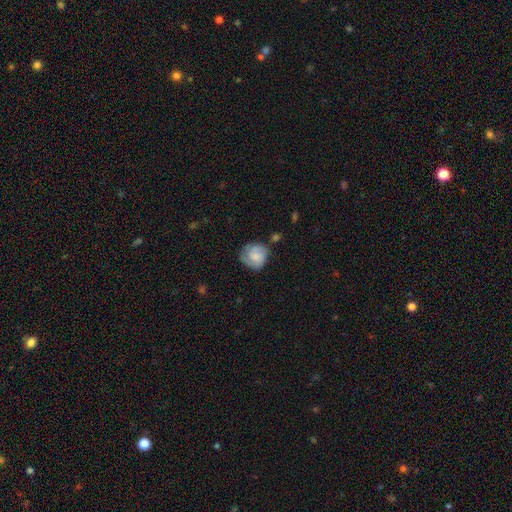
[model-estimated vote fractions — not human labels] Overall: featured or disk (52%; smooth 41%). Edge-on disk: no (98%). Bar: no (65%; weak 30%). Spiral arms: yes (86%). Bulge size: small (39%; moderate 27%). Merging: none (60%; minor disturbance 25%).